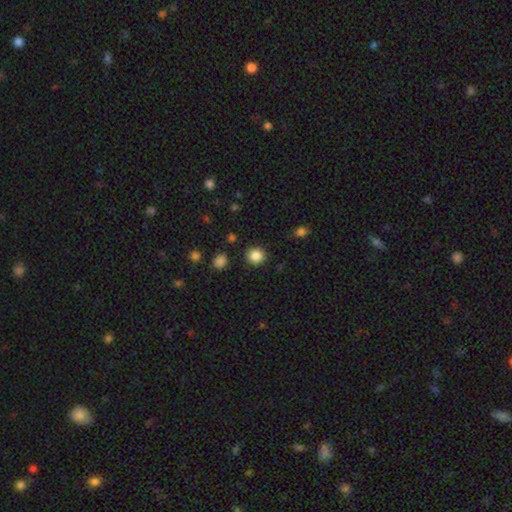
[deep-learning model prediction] Q: Smooth or featured?
A: smooth (86%); runner-up: star or artifact (10%)
Q: How rounded?
A: round (87%); runner-up: in between (12%)
Q: Merging?
A: none (89%); runner-up: minor disturbance (6%)